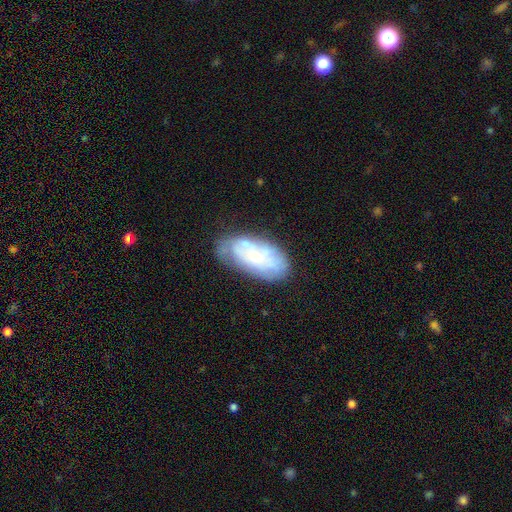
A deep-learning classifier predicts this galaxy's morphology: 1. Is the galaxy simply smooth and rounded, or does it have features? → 50% featured or disk, 42% smooth, 8% star or artifact.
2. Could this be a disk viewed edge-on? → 92% no, 8% yes.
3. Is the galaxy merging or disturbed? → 60% none, 26% minor disturbance, 10% major disturbance, 5% merger.